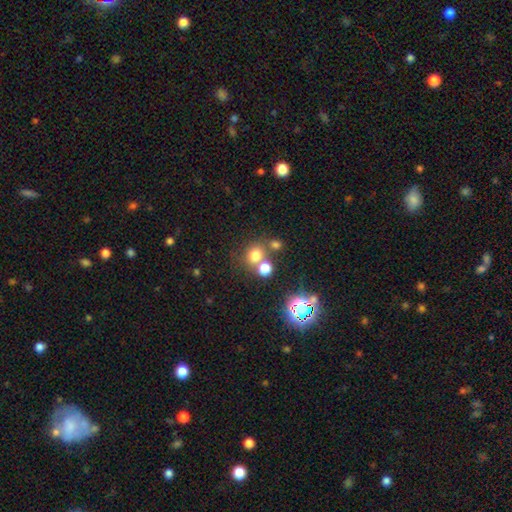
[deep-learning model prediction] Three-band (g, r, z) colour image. It shows a smooth galaxy with no disk features (70%) that is round (76%). Merging: none (56%).